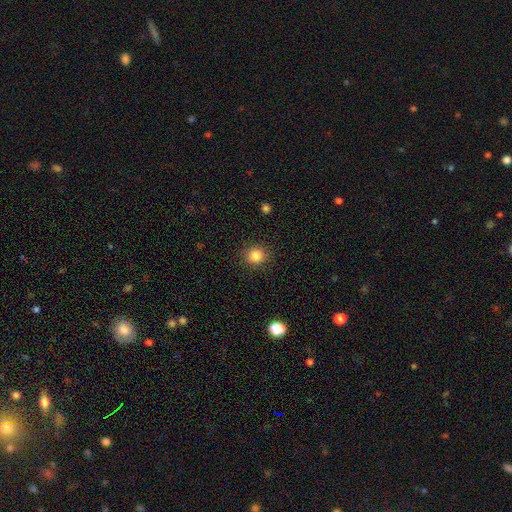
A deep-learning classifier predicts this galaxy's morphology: Q: Smooth or featured?
A: smooth (84%); runner-up: star or artifact (11%)
Q: How rounded?
A: round (85%); runner-up: in between (14%)
Q: Merging?
A: none (89%); runner-up: minor disturbance (7%)